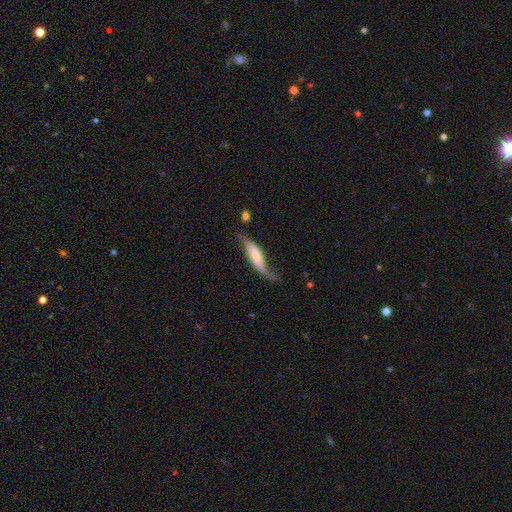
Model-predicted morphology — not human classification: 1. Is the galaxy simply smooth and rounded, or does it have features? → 55% featured or disk, 39% smooth, 7% star or artifact.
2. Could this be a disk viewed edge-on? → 67% no, 33% yes.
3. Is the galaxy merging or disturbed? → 41% none, 29% minor disturbance, 24% major disturbance, 6% merger.